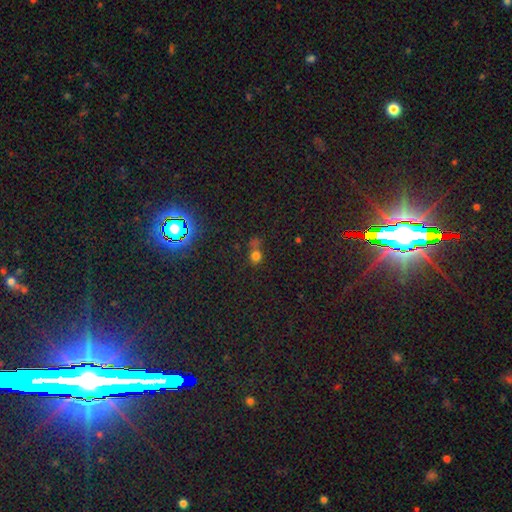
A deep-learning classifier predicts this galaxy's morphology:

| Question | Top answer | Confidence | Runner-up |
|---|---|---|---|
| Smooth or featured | smooth | 66% | star or artifact (27%) |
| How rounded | round | 83% | in between (16%) |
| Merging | none | 53% | merger (27%) |